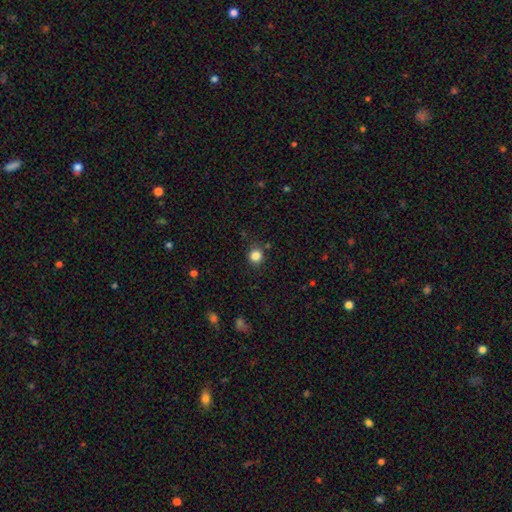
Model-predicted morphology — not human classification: Smooth or featured? smooth (84%)
How rounded? round (91%)
Merging? none (86%)